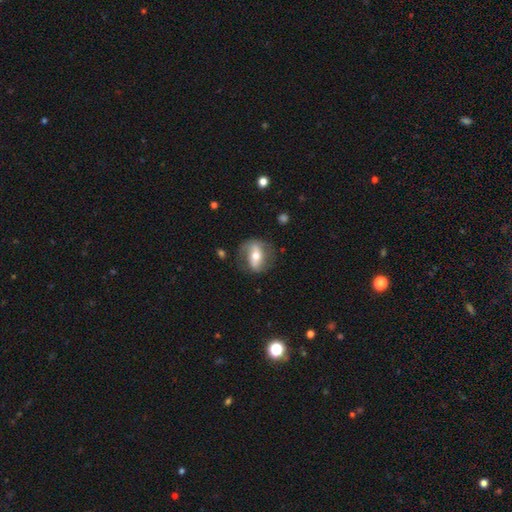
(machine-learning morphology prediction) Q: Smooth or featured?
A: featured or disk (57%); runner-up: smooth (36%)
Q: Edge-on disk?
A: no (89%); runner-up: yes (11%)
Q: Bar?
A: strong (46%); runner-up: weak (29%)
Q: Spiral arms?
A: yes (65%); runner-up: no (35%)
Q: Bulge size?
A: moderate (68%); runner-up: small (20%)
Q: Merging?
A: none (69%); runner-up: minor disturbance (19%)